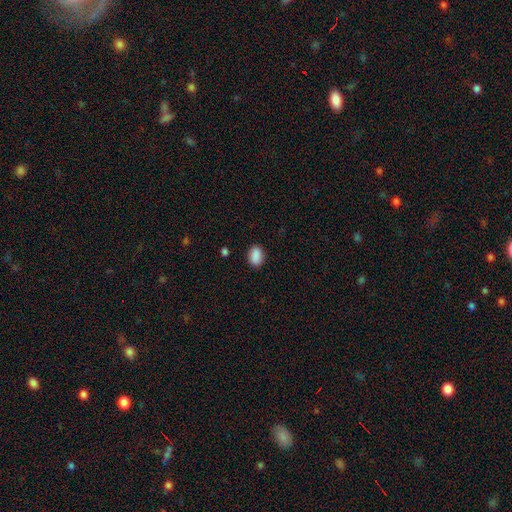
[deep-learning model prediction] This appears to be a smooth galaxy with no disk features (89%) that is in between round and cigar-shaped (81%). Merging: none (88%).